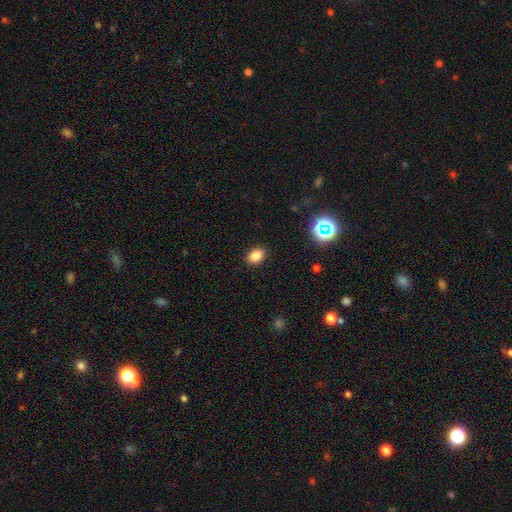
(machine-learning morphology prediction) Smooth or featured?
  - smooth: 84% *
  - star or artifact: 12%
  - featured or disk: 4%
How rounded?
  - in between: 77% *
  - round: 21%
  - cigar-shaped: 1%
Merging?
  - none: 89% *
  - minor disturbance: 8%
  - major disturbance: 2%
  - merger: 1%